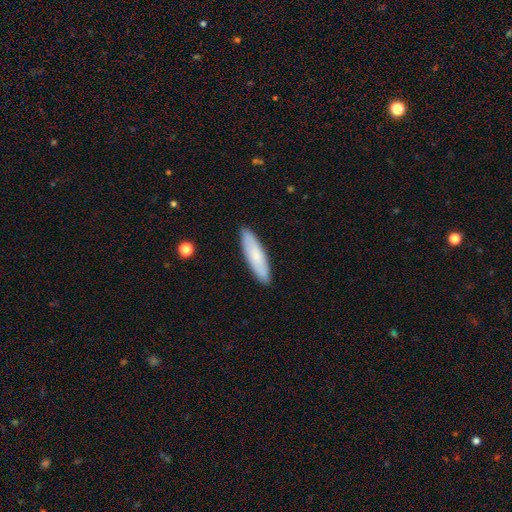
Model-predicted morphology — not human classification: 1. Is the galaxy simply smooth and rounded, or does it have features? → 75% smooth, 19% featured or disk, 6% star or artifact.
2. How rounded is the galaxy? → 70% cigar-shaped, 29% in between, 1% round.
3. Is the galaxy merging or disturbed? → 89% none, 8% minor disturbance, 2% major disturbance, 1% merger.